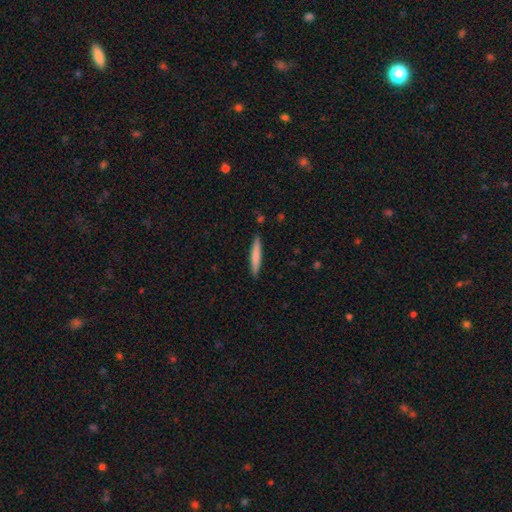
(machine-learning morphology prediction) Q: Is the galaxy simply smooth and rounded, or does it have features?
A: smooth — 73%.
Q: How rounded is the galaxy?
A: cigar-shaped — 94%.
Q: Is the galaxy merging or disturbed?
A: none — 89%.